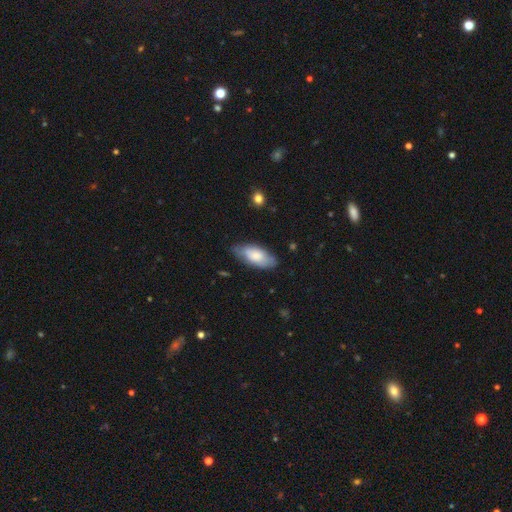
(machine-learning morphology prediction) A smooth galaxy with no disk features (73%) that is in between round and cigar-shaped (88%). Merging: none (74%).